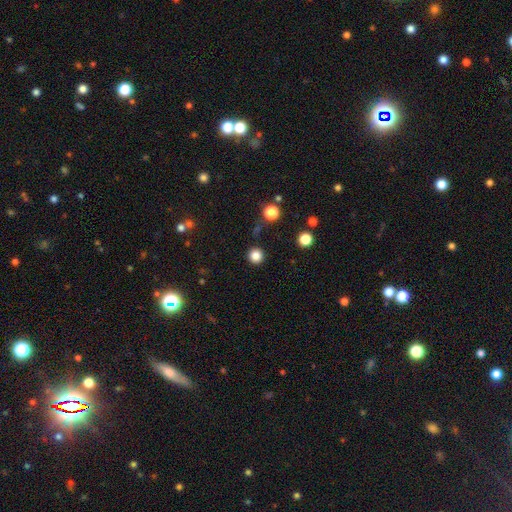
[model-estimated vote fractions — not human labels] Overall: smooth (84%). How rounded: round (95%). Merging: none (89%).